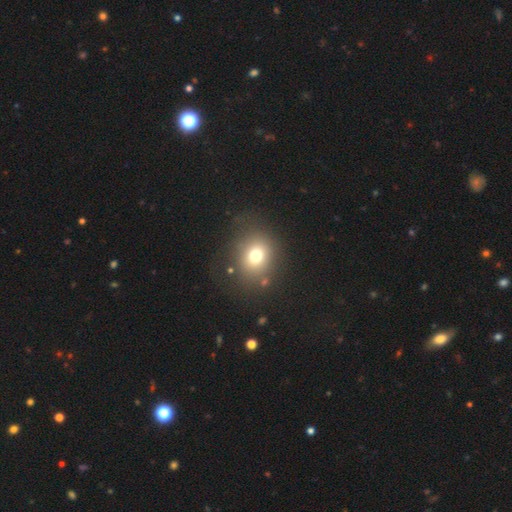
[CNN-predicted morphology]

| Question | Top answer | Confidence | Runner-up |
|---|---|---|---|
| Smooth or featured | smooth | 72% | star or artifact (15%) |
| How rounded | round | 69% | in between (30%) |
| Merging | none | 76% | minor disturbance (12%) |